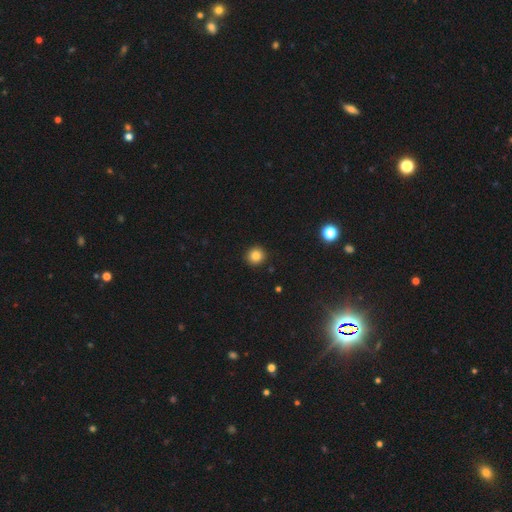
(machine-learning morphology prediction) A smooth galaxy with no disk features (84%) that is round (94%). Merging: none (92%).